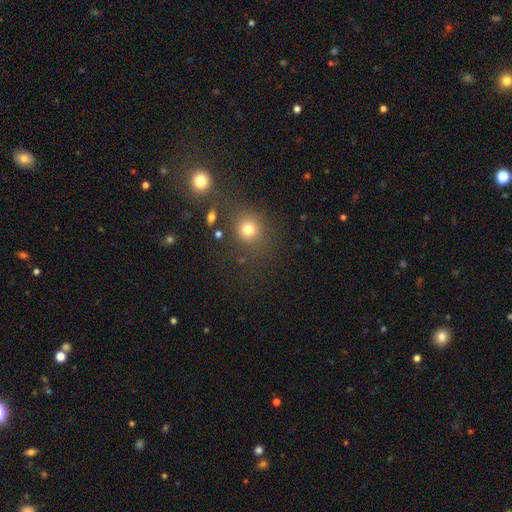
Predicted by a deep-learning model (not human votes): Q: Smooth or featured?
A: smooth (51%); runner-up: star or artifact (41%)
Q: How rounded?
A: round (85%); runner-up: in between (14%)
Q: Merging?
A: none (66%); runner-up: merger (20%)